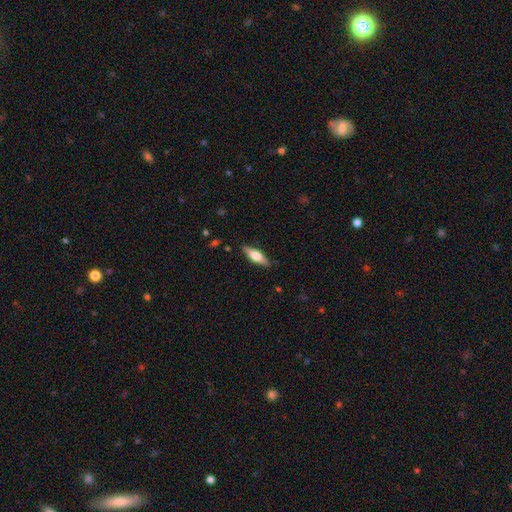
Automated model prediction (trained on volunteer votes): A featured or disk galaxy (49%). Merging: none (87%).